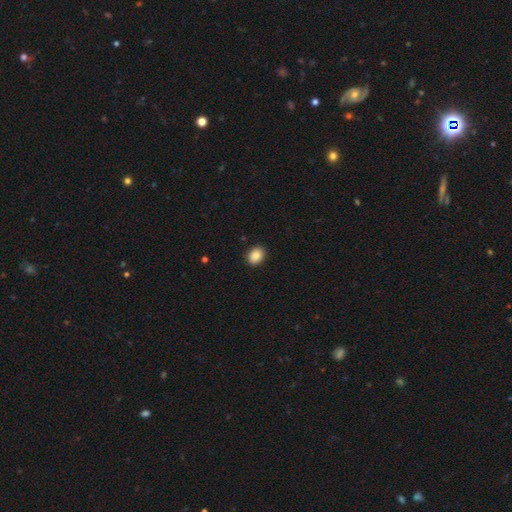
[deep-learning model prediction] smooth-or-featured: smooth: 88% | star or artifact: 8% | featured or disk: 4%
  how-rounded: in between: 56% | round: 43% | cigar-shaped: 1%
  merging: none: 91% | minor disturbance: 7% | major disturbance: 2% | merger: 1%